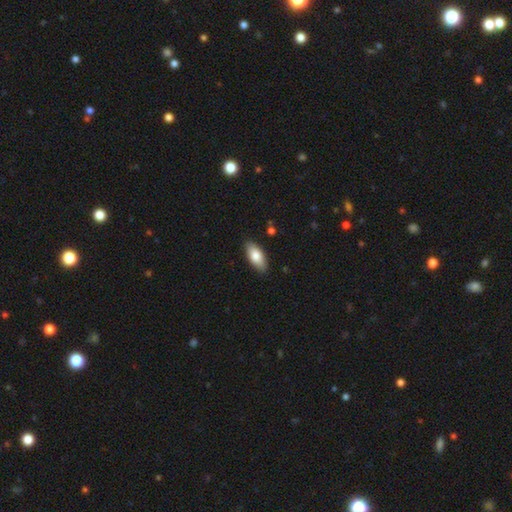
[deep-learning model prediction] Smooth or featured: smooth — 78% (featured or disk — 16%)
How rounded: in between — 85% (cigar-shaped — 13%)
Merging: none — 87% (minor disturbance — 10%)